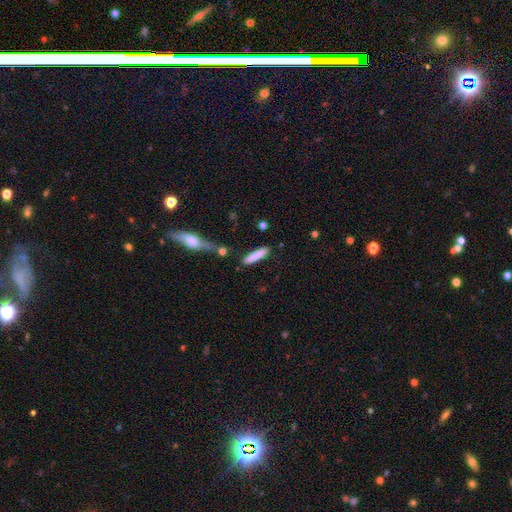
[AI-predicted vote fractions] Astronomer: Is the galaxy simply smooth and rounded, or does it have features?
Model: smooth — 82%.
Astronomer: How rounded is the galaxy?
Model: cigar-shaped — 85%.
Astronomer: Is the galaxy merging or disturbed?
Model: none — 77%.